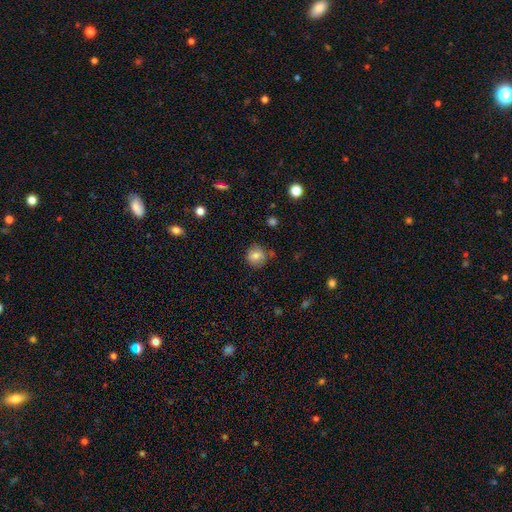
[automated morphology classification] smooth-or-featured: smooth: 79% | star or artifact: 11% | featured or disk: 10%
  how-rounded: round: 91% | in between: 8% | cigar-shaped: 1%
  merging: none: 81% | minor disturbance: 12% | merger: 4% | major disturbance: 3%